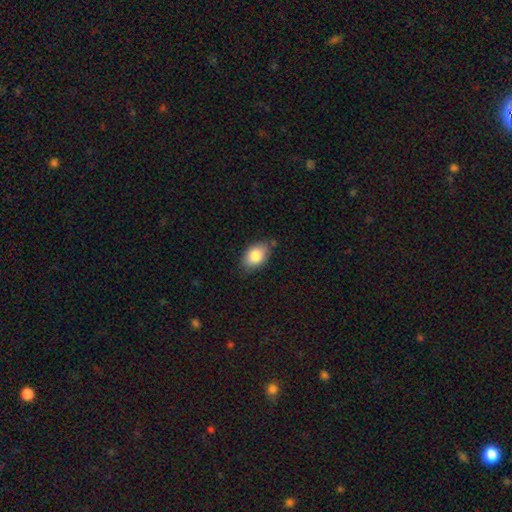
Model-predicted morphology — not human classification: The model was most divided on "merging": none: 74%, minor disturbance: 20%, major disturbance: 3%, merger: 3%. More confident: how rounded — in between (87%); smooth or featured — smooth (84%).